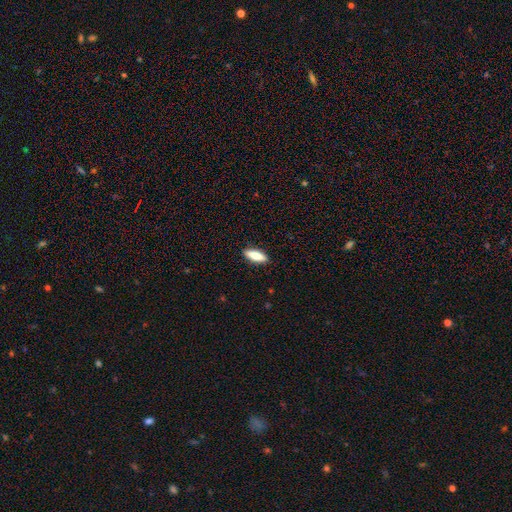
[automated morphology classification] Smooth or featured?
  - smooth: 73% *
  - featured or disk: 21%
  - star or artifact: 6%
How rounded?
  - in between: 58% *
  - cigar-shaped: 40%
  - round: 2%
Merging?
  - none: 89% *
  - minor disturbance: 8%
  - major disturbance: 2%
  - merger: 1%